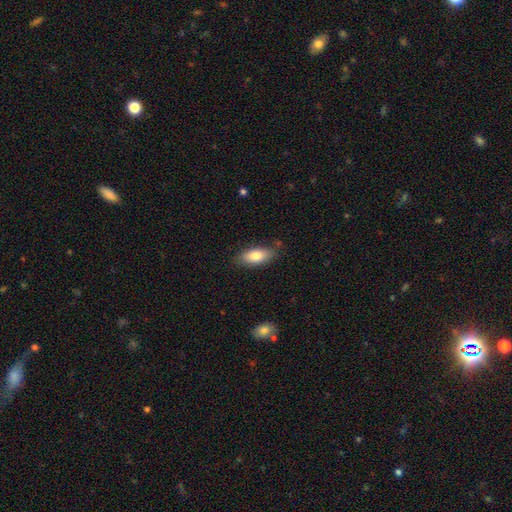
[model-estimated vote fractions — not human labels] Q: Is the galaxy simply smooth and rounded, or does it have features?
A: smooth — 81%.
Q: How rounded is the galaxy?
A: in between — 82%.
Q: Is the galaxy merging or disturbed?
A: none — 81%.